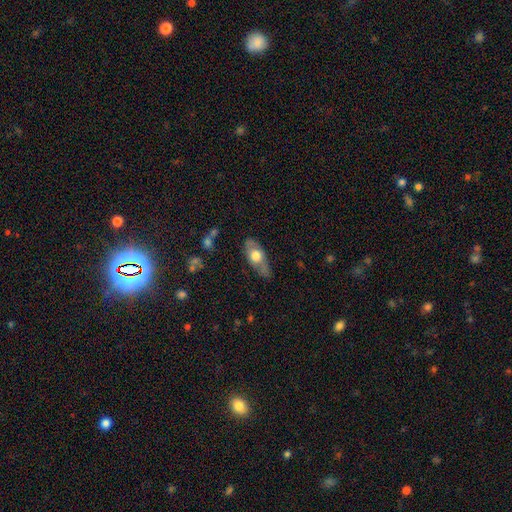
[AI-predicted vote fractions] The model was most divided on "smooth or featured": smooth: 55%, featured or disk: 39%, star or artifact: 6%. More confident: how rounded — in between (79%); merging — none (69%).